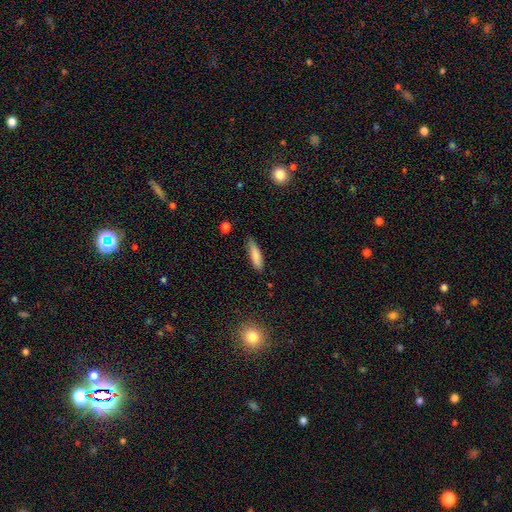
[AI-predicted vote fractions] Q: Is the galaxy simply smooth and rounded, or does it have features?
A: smooth — 83%.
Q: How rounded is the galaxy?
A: cigar-shaped — 72%.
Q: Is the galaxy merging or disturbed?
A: none — 81%.